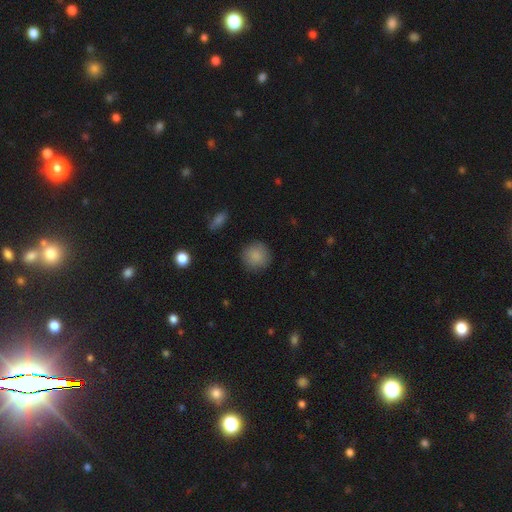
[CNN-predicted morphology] Q: Smooth or featured?
A: smooth (86%); runner-up: star or artifact (8%)
Q: How rounded?
A: round (93%); runner-up: in between (6%)
Q: Merging?
A: none (87%); runner-up: minor disturbance (9%)